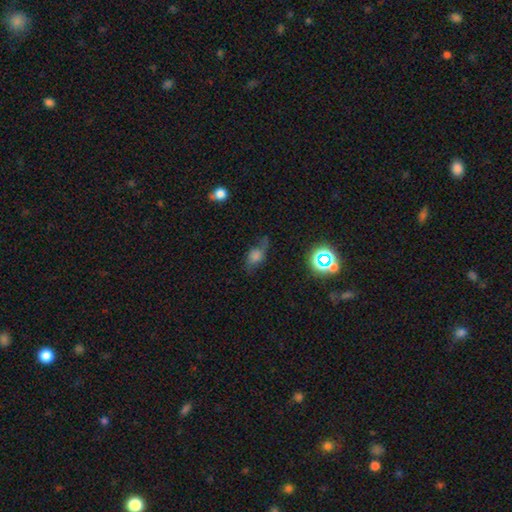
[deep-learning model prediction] Overall: smooth (51%; featured or disk 31%). How rounded: in between (68%). Merging: none (50%; minor disturbance 28%).